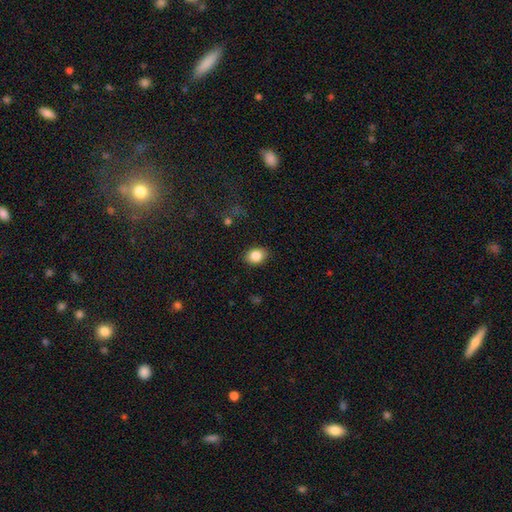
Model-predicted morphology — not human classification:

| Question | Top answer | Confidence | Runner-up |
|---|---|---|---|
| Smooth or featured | smooth | 85% | star or artifact (9%) |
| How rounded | in between | 60% | round (39%) |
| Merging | none | 87% | minor disturbance (10%) |